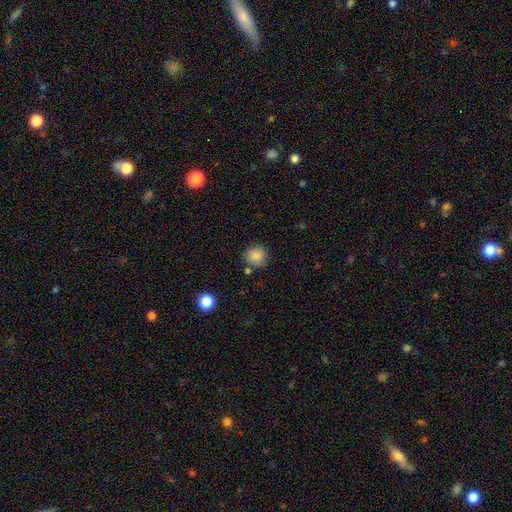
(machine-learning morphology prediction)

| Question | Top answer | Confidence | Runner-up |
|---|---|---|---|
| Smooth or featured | smooth | 86% | star or artifact (9%) |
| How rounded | round | 87% | in between (12%) |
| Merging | none | 75% | minor disturbance (15%) |